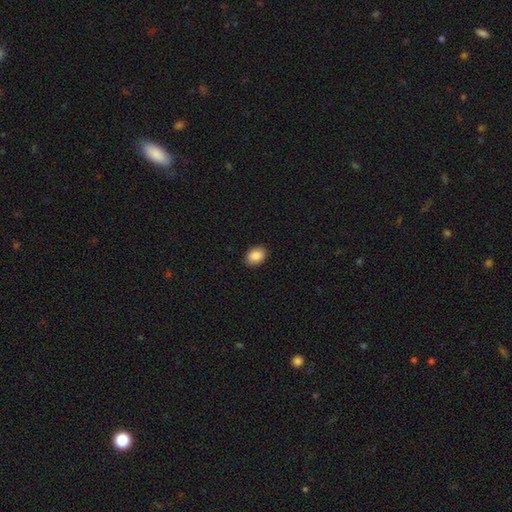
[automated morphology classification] smooth_or_featured: smooth (p=0.88) [alt: star or artifact p=0.08]
how_rounded: in between (p=0.74) [alt: round p=0.25]
merging: none (p=0.90) [alt: minor disturbance p=0.08]